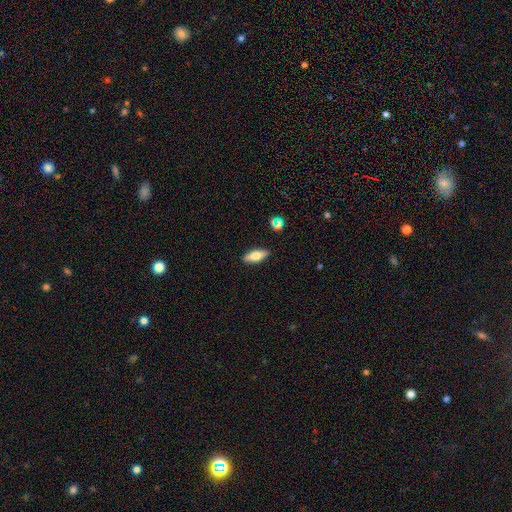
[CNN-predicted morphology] Q: Smooth or featured?
A: smooth (70%); runner-up: featured or disk (22%)
Q: How rounded?
A: in between (68%); runner-up: cigar-shaped (29%)
Q: Merging?
A: none (88%); runner-up: minor disturbance (9%)